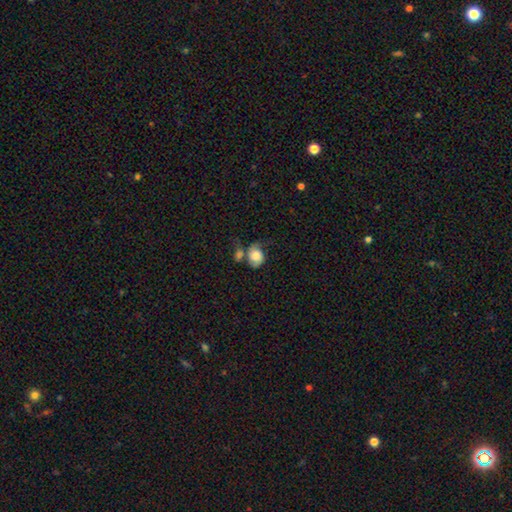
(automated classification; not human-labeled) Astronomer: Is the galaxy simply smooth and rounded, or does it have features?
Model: smooth — 65%.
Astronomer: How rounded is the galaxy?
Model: round — 56% (runner-up: in between, 43%).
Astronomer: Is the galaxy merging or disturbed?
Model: none — 29%, tied with merger at 29%.